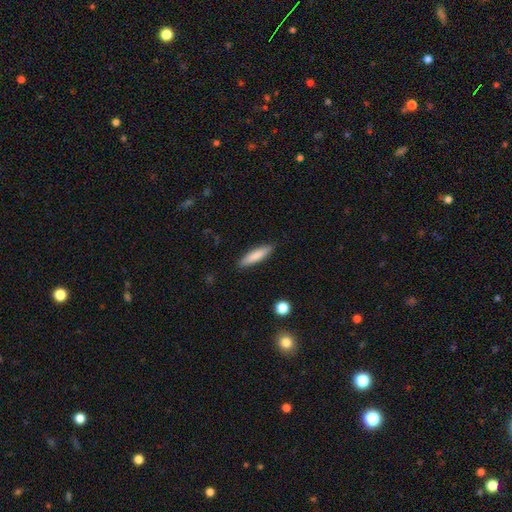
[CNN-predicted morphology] Q: Smooth or featured?
A: smooth (82%); runner-up: featured or disk (12%)
Q: How rounded?
A: cigar-shaped (78%); runner-up: in between (20%)
Q: Merging?
A: none (88%); runner-up: minor disturbance (9%)